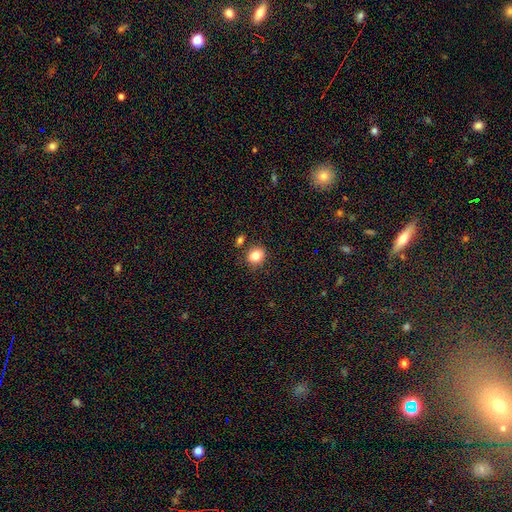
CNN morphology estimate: Smooth or featured: smooth — 83% (star or artifact — 11%)
How rounded: round — 62% (in between — 37%)
Merging: none — 79% (minor disturbance — 11%)